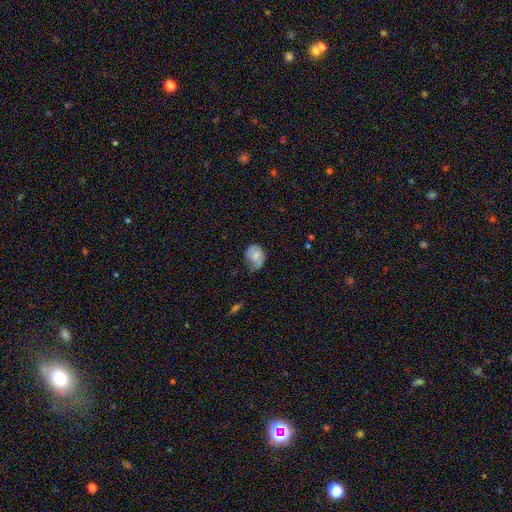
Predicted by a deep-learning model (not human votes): Morphology: type=smooth (68%); roundness=in between (52%); merging=minor disturbance (41%).